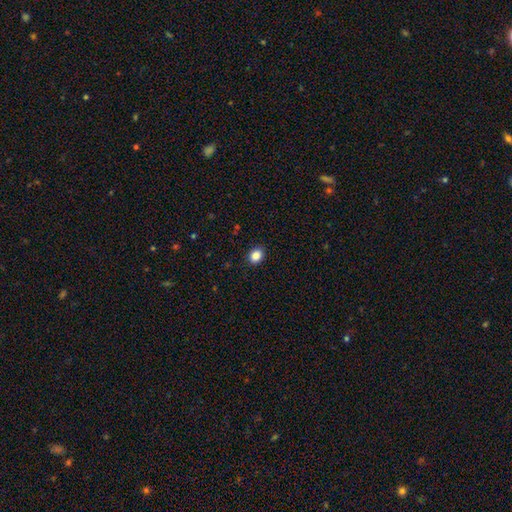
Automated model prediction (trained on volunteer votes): Smooth or featured? Predicted: smooth (p=0.87). How rounded? Predicted: in between (p=0.55). Merging? Predicted: none (p=0.91).